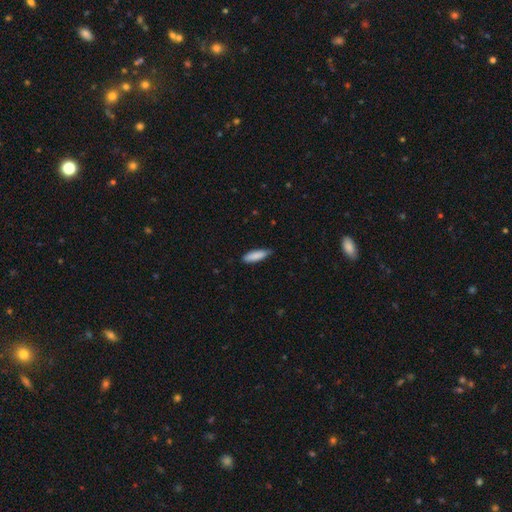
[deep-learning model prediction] smooth_or_featured: smooth (p=0.87) [alt: featured or disk p=0.07]
how_rounded: cigar-shaped (p=0.59) [alt: in between p=0.40]
merging: none (p=0.77) [alt: minor disturbance p=0.20]